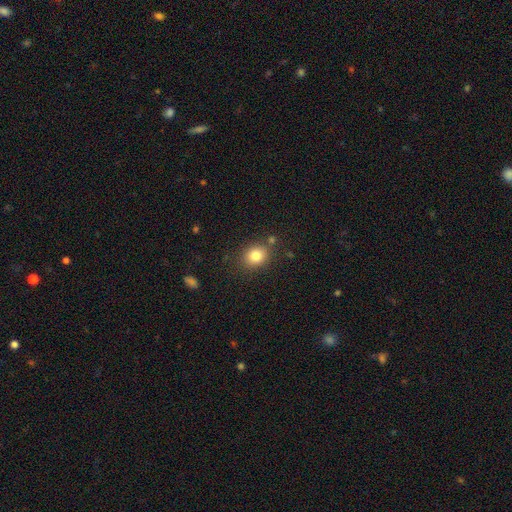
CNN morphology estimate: Q: Smooth or featured?
A: smooth (81%); runner-up: star or artifact (11%)
Q: How rounded?
A: round (62%); runner-up: in between (37%)
Q: Merging?
A: none (80%); runner-up: minor disturbance (11%)